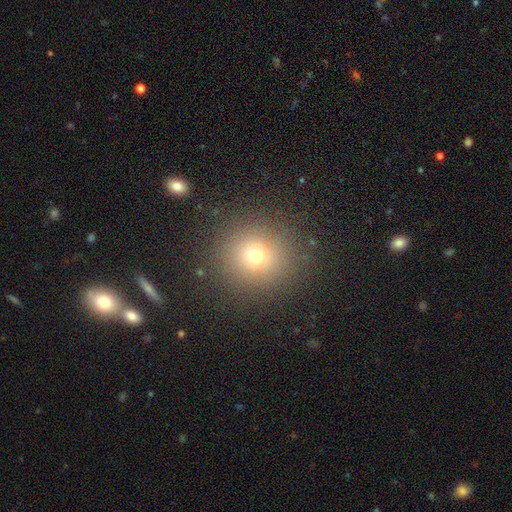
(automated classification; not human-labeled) smooth 71%, star or artifact 19%, featured or disk 10%. Down the decision tree: how rounded — round (91%); merging — none (88%).